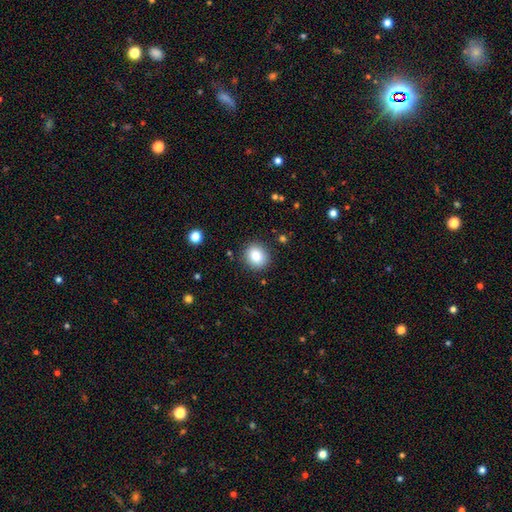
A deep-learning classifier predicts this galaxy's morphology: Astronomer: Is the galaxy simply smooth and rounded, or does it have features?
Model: smooth — 81%.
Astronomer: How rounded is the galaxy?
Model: round — 85%.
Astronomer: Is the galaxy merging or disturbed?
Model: none — 89%.